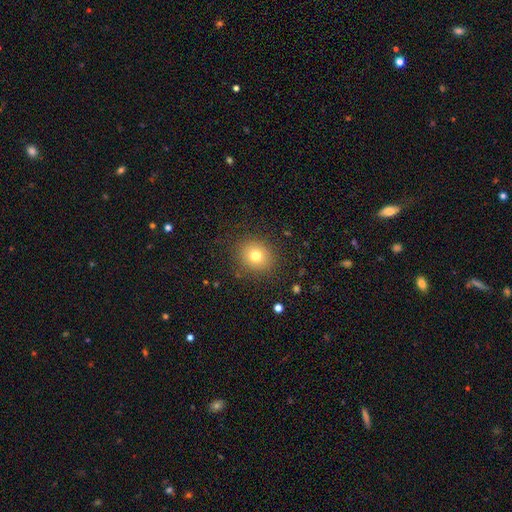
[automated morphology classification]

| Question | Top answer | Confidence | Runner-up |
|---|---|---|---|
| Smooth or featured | smooth | 76% | star or artifact (13%) |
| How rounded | round | 76% | in between (23%) |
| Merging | none | 86% | minor disturbance (9%) |